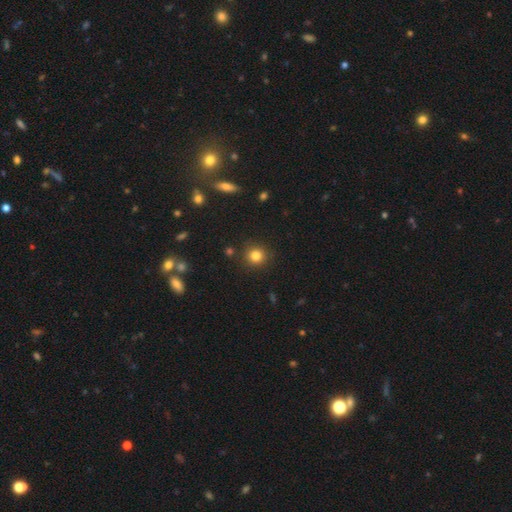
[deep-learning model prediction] Overall: smooth (82%). How rounded: round (91%). Merging: none (89%).